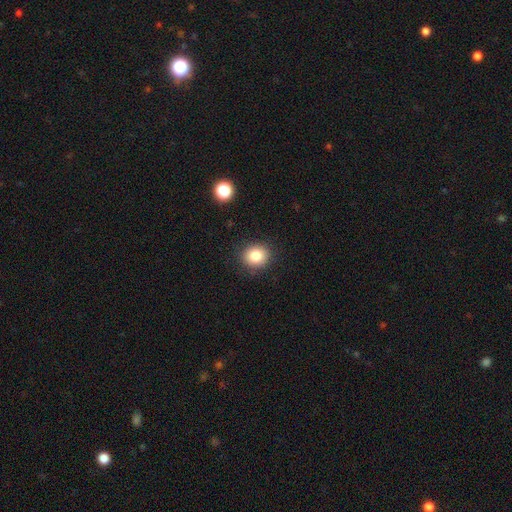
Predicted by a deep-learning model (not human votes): Smooth or featured? Predicted: smooth (p=0.84). How rounded? Predicted: round (p=0.73). Merging? Predicted: none (p=0.88).